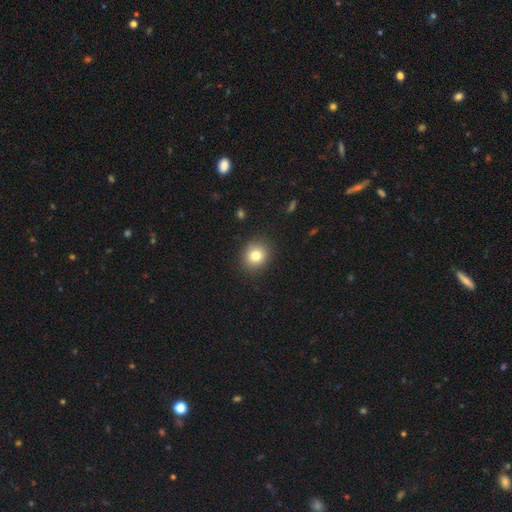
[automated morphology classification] smooth 81%, star or artifact 11%, featured or disk 8%. Down the decision tree: how rounded — round (75%); merging — none (88%).